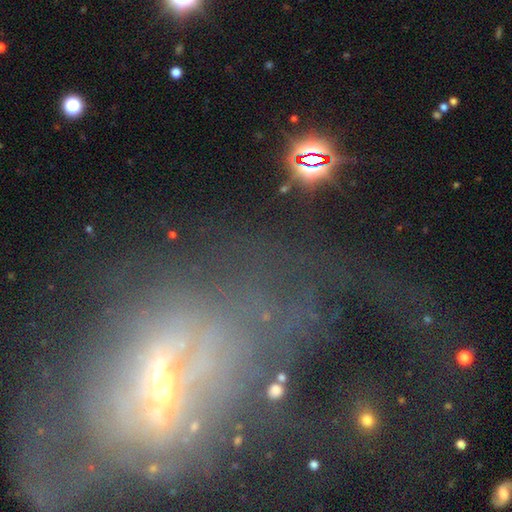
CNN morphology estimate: This appears to be a featured or disk galaxy (55%). Merging: major disturbance (42%).